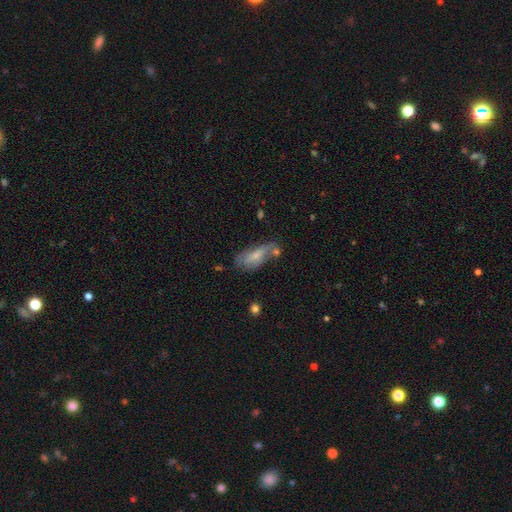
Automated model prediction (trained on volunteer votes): smooth_or_featured: smooth (p=0.58) [alt: featured or disk p=0.34]
how_rounded: in between (p=0.68) [alt: cigar-shaped p=0.29]
merging: none (p=0.45) [alt: minor disturbance p=0.28]